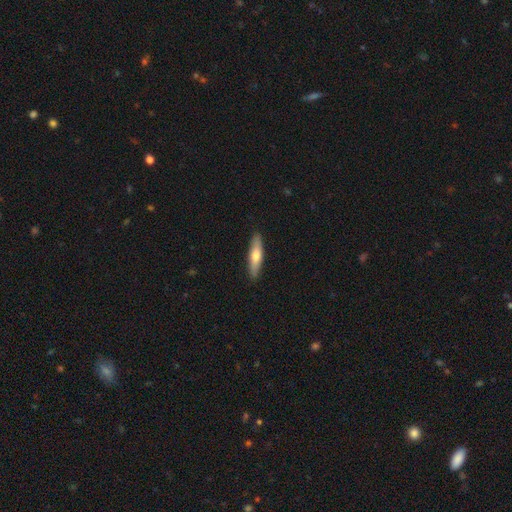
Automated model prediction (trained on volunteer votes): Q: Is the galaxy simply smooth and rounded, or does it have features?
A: smooth — 63%.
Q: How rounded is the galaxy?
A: cigar-shaped — 74%.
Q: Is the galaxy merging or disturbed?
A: none — 89%.